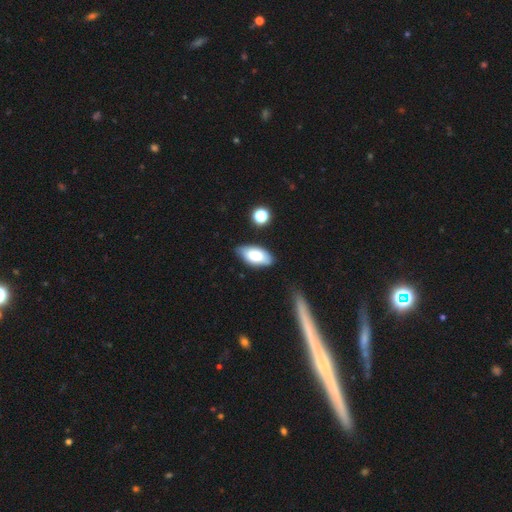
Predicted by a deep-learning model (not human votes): Q: Smooth or featured?
A: smooth (75%); runner-up: featured or disk (18%)
Q: How rounded?
A: in between (91%); runner-up: cigar-shaped (6%)
Q: Merging?
A: none (79%); runner-up: minor disturbance (15%)